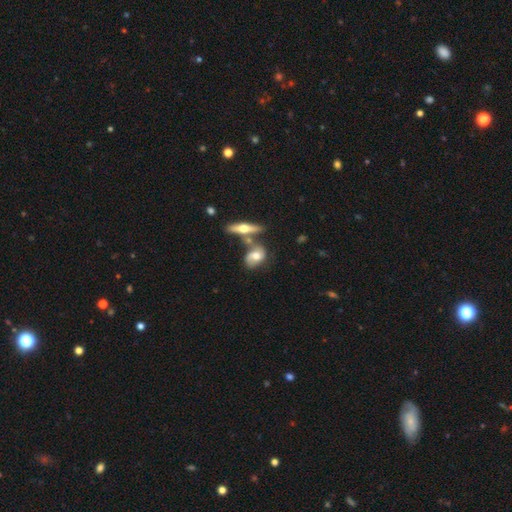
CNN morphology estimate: A featured or disk galaxy (50%).

Vote fractions:
- Smooth or featured? featured or disk: 50% / smooth: 43% / star or artifact: 7%
- Edge-on disk? no: 66% / yes: 34%
- Merging? none: 43% / merger: 33% / minor disturbance: 17% / major disturbance: 7%